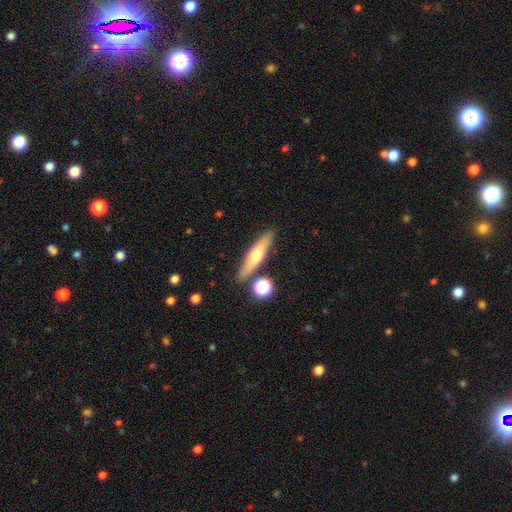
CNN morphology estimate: Smooth or featured? Predicted: featured or disk (p=0.47). Merging? Predicted: none (p=0.82).